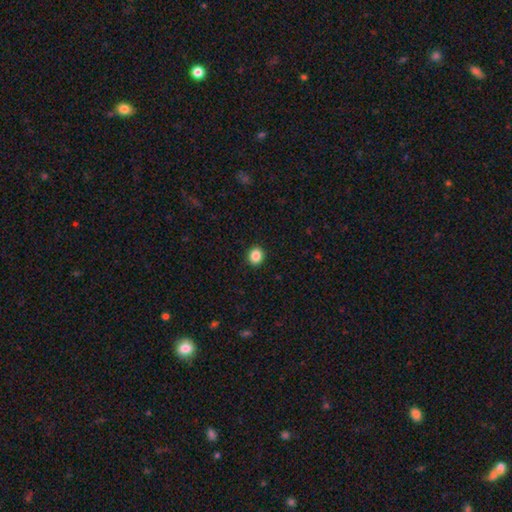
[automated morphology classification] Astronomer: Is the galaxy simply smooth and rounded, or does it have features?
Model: smooth — 87%.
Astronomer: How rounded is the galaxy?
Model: round — 77%.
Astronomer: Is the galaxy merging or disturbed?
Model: none — 92%.